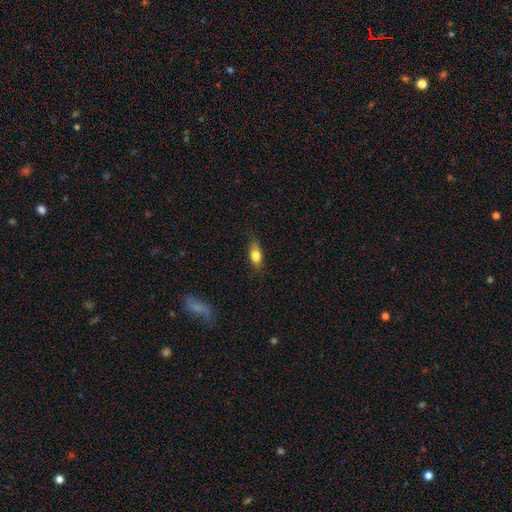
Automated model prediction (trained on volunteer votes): This is likely a smooth galaxy (72%). How rounded: likely in between (73%). Merging: likely none (73%).